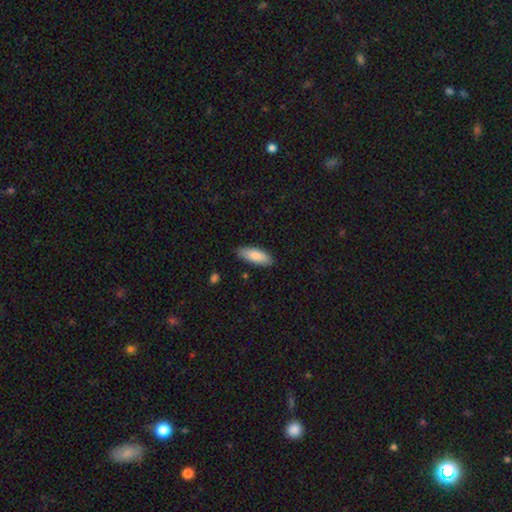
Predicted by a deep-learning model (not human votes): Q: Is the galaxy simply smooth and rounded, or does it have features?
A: smooth — 86%.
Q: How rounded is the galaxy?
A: in between — 70%.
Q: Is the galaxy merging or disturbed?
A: none — 85%.